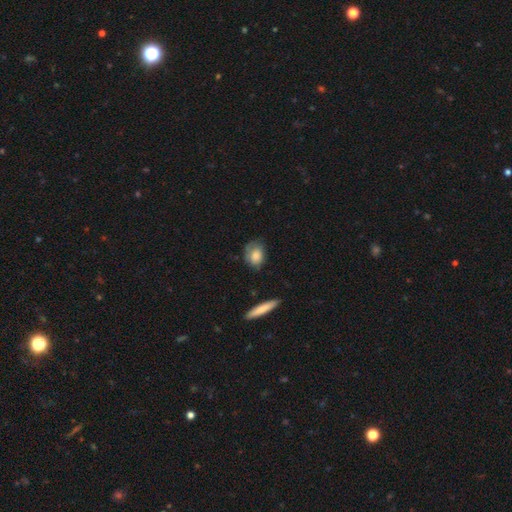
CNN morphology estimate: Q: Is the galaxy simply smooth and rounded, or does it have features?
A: smooth — 73%.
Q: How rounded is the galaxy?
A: in between — 68%.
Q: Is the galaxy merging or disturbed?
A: none — 56%.